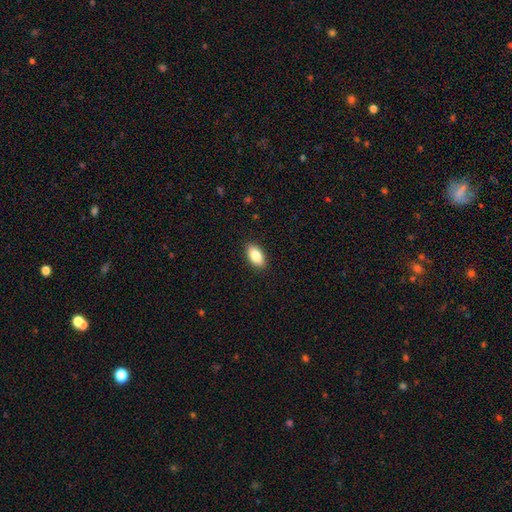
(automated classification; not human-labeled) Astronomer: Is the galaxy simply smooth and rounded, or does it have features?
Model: smooth — 86%.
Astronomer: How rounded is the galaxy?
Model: in between — 93%.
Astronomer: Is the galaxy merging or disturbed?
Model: none — 90%.